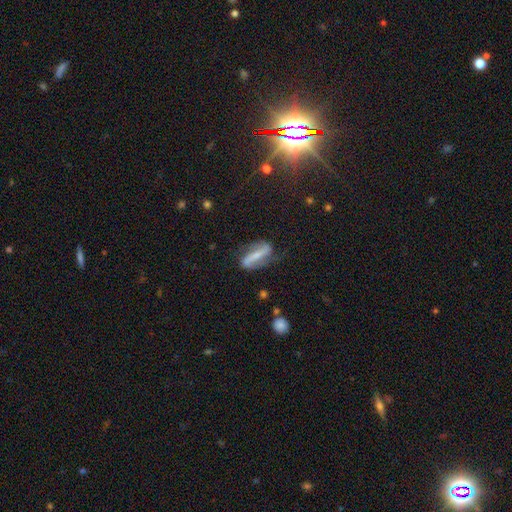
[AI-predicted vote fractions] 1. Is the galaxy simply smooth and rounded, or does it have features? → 74% featured or disk, 19% smooth, 7% star or artifact.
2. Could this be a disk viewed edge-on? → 87% no, 13% yes.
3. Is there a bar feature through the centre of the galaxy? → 67% strong, 19% weak, 13% no.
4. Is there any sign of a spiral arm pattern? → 87% yes, 13% no.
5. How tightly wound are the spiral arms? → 55% loose, 30% medium, 15% tight.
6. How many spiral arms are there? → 90% 2, 4% can't tell, 3% 1, 1% 3, 1% 4, 1% more than 4.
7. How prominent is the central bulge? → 54% small, 26% moderate, 15% none, 3% large, 2% dominant.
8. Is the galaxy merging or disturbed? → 68% none, 20% minor disturbance, 10% major disturbance, 2% merger.